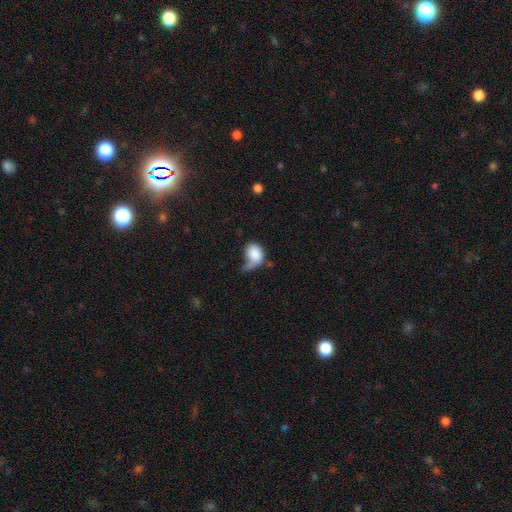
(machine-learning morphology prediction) Q: Smooth or featured?
A: smooth (81%); runner-up: featured or disk (12%)
Q: How rounded?
A: in between (63%); runner-up: round (36%)
Q: Merging?
A: major disturbance (39%); runner-up: minor disturbance (29%)